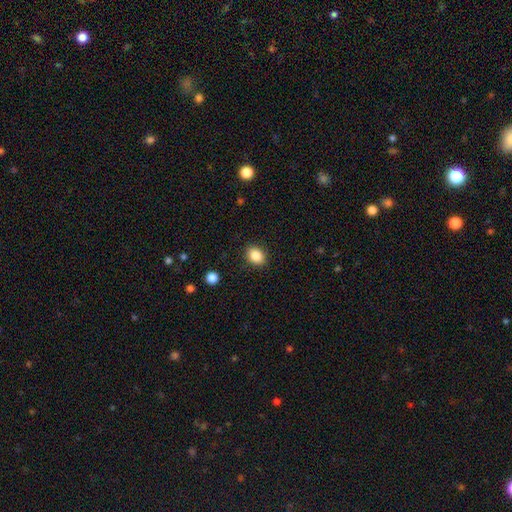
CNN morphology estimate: Overall: smooth (87%). How rounded: in between (64%; round 35%). Merging: none (88%).